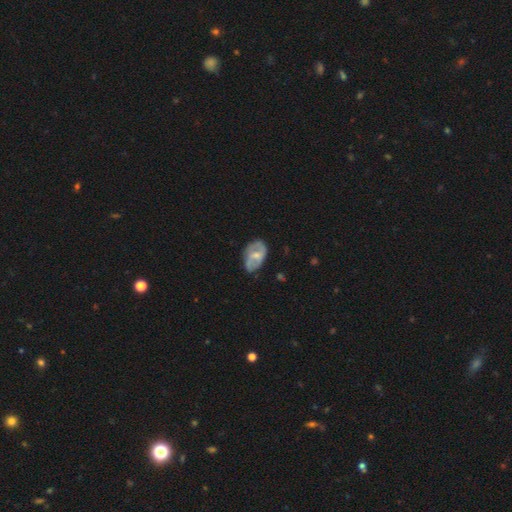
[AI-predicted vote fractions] Smooth or featured? featured or disk (52%)
Edge-on disk? no (95%)
Merging? none (58%)